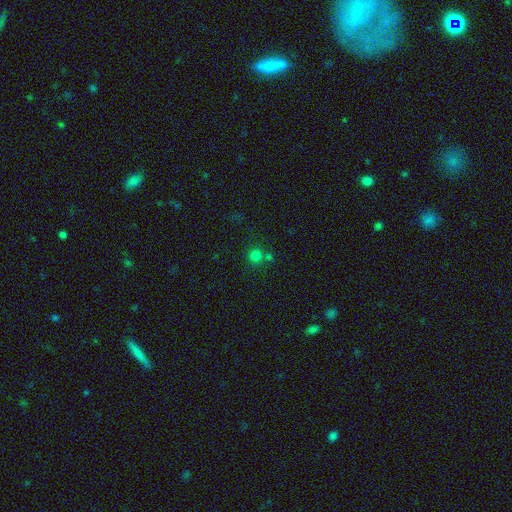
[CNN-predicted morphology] type=smooth (75%); roundness=round (93%); merging=none (66%).